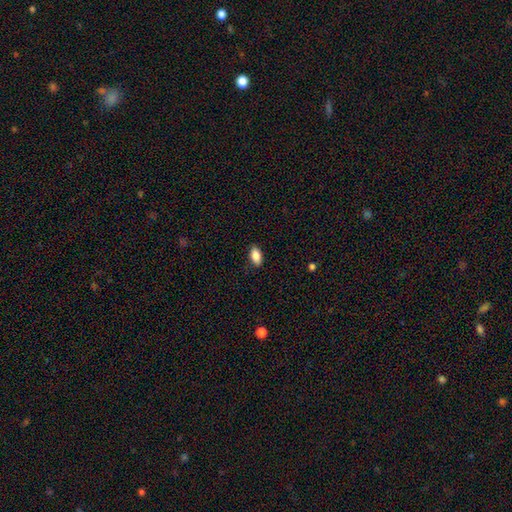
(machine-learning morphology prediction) type=smooth (87%); roundness=in between (92%); merging=none (88%).